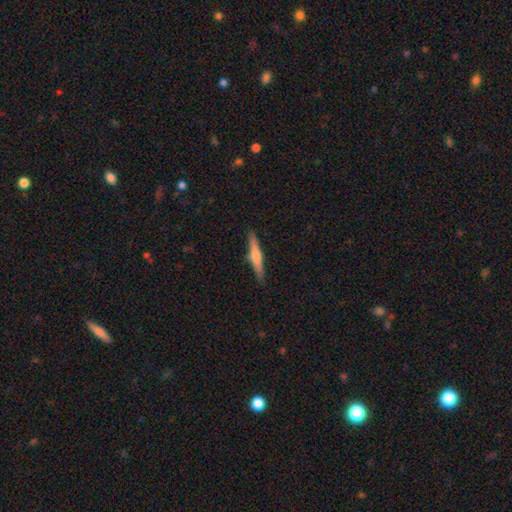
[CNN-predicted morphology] A featured or disk galaxy (58%) viewed edge-on (98%) with a rounded central bulge (80%).

Vote fractions:
- Smooth or featured? featured or disk: 58% / smooth: 36% / star or artifact: 6%
- Edge-on disk? yes: 98% / no: 2%
- Edge-on bulge? rounded: 80% / none: 10% / boxy: 10%
- Merging? none: 90% / minor disturbance: 7% / major disturbance: 2% / merger: 1%